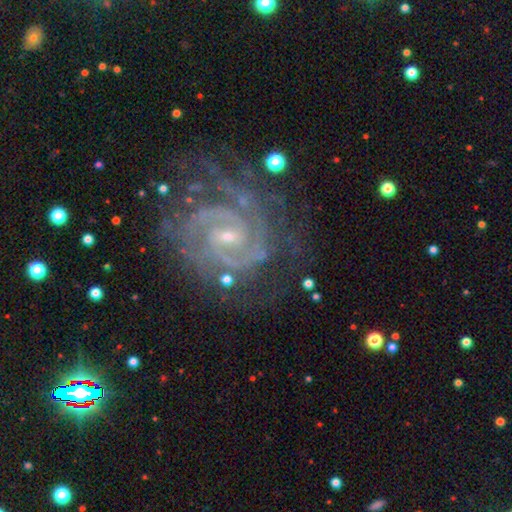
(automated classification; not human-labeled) Smooth or featured? Predicted: featured or disk (p=0.91). Edge-on disk? Predicted: no (p=0.98). Bar? Predicted: weak (p=0.51). Spiral arms? Predicted: yes (p=0.98). Spiral winding? Predicted: tight (p=0.67). Spiral arm count? Predicted: 2 (p=0.53). Bulge size? Predicted: small (p=0.76). Merging? Predicted: none (p=0.65).